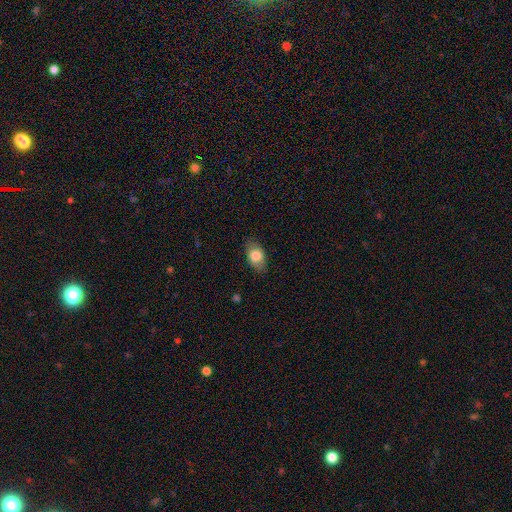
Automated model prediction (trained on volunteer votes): Morphology: type=smooth (78%); roundness=in between (87%); merging=none (82%).